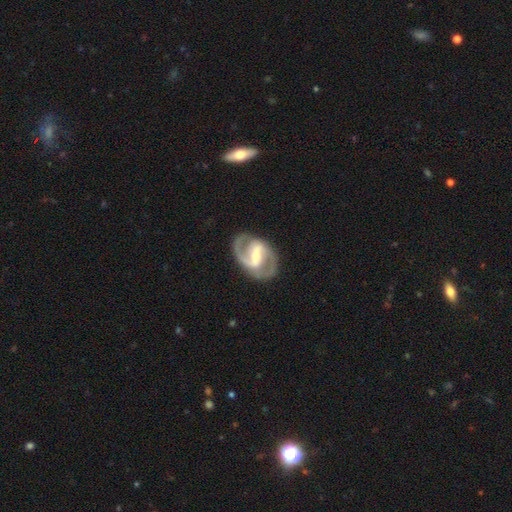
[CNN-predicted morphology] Overall: featured or disk (89%). Edge-on disk: no (98%). Bar: strong (51%; weak 38%). Spiral arms: yes (95%). Spiral arm count: 2 (92%). Spiral winding: medium (59%; tight 22%). Bulge size: moderate (48%; small 38%). Merging: none (82%).